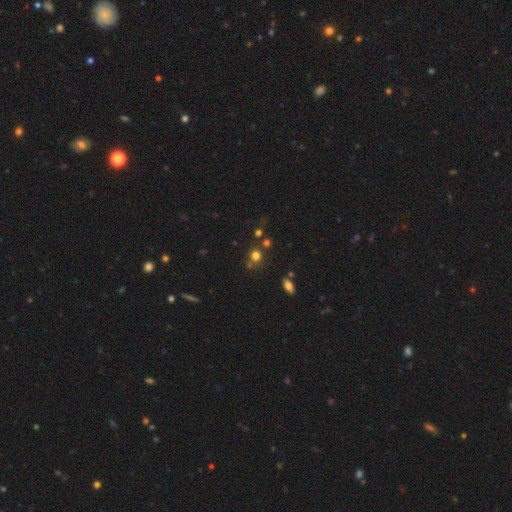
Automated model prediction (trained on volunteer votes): A smooth galaxy with no disk features (72%) that is round (85%).

Vote fractions:
- Smooth or featured? smooth: 72% / star or artifact: 20% / featured or disk: 8%
- How rounded? round: 85% / in between: 14% / cigar-shaped: 1%
- Merging? none: 68% / merger: 18% / minor disturbance: 11% / major disturbance: 4%